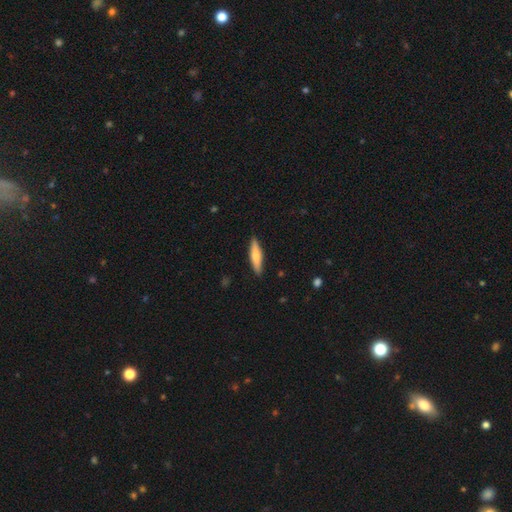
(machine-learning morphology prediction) Smooth or featured? Predicted: smooth (p=0.65). How rounded? Predicted: cigar-shaped (p=0.79). Merging? Predicted: none (p=0.89).